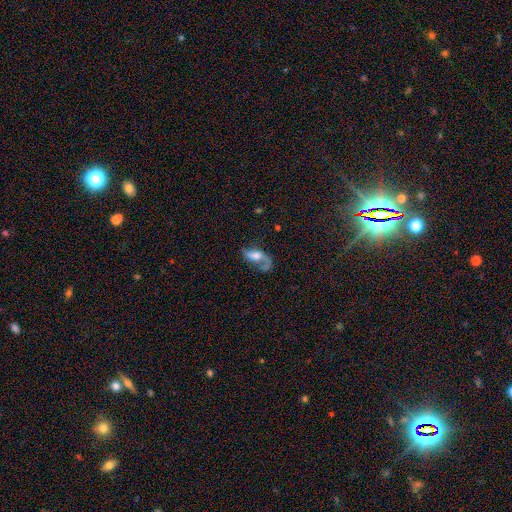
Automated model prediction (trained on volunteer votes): Morphology: type=featured or disk (59%); edge-on=no (92%); bar=no (58%); spiral arms=yes (76%); bulge=moderate (42%); merging=major disturbance (43%).